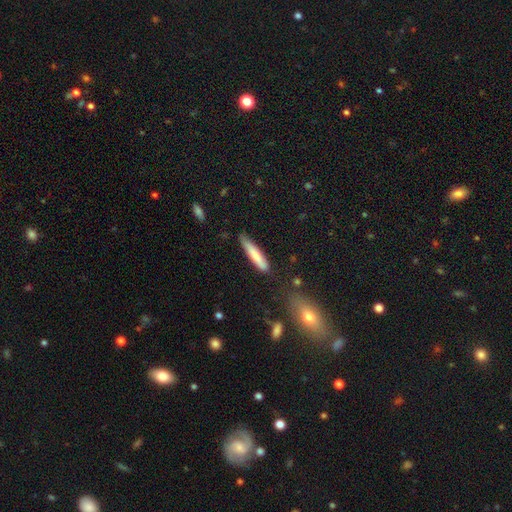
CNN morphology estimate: Smooth or featured? smooth (78%)
How rounded? cigar-shaped (88%)
Merging? none (73%)